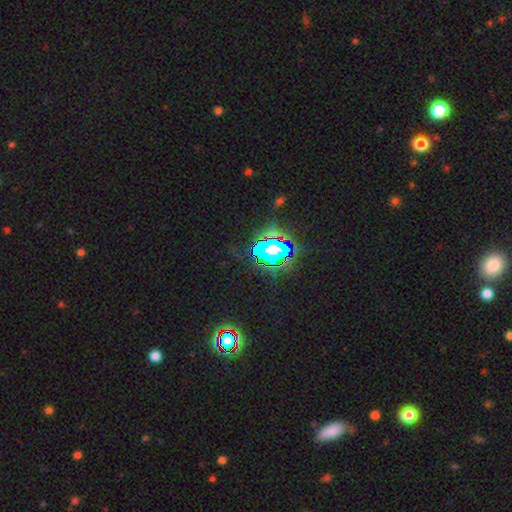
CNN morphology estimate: The model was most divided on "smooth or featured": star or artifact: 80%, smooth: 12%, featured or disk: 8%.